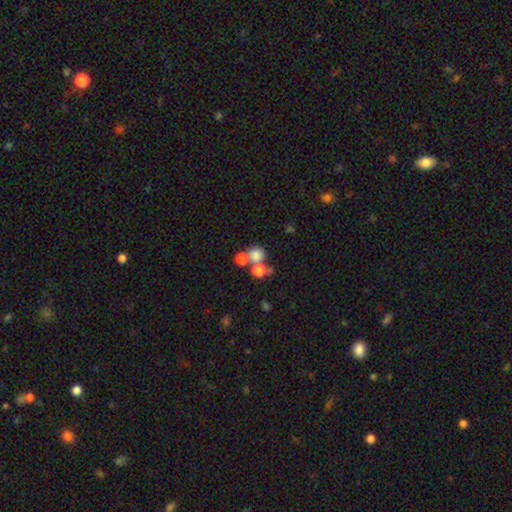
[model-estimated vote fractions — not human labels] Overall: smooth (74%). How rounded: round (85%). Merging: none (46%; merger 42%).